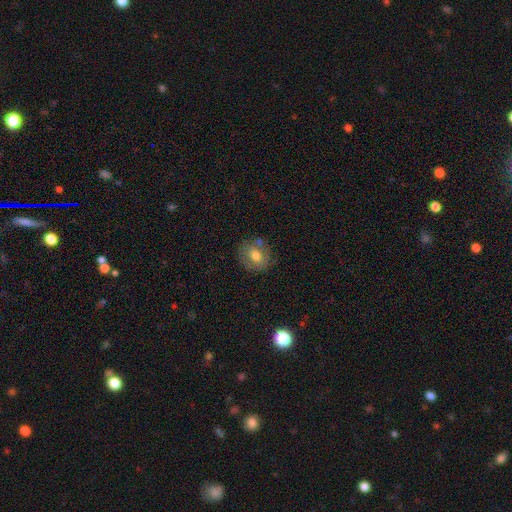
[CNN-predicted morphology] A smooth galaxy with no disk features (69%) that is round (71%). Merging: none (75%).